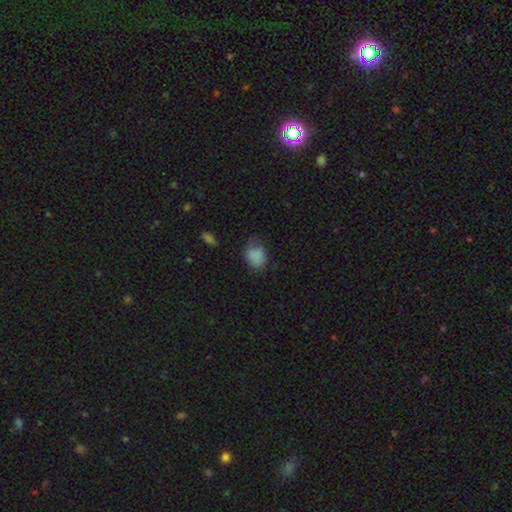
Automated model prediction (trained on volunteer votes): smooth 84%, star or artifact 10%, featured or disk 7%. Down the decision tree: how rounded — in between (55%); merging — none (59%).